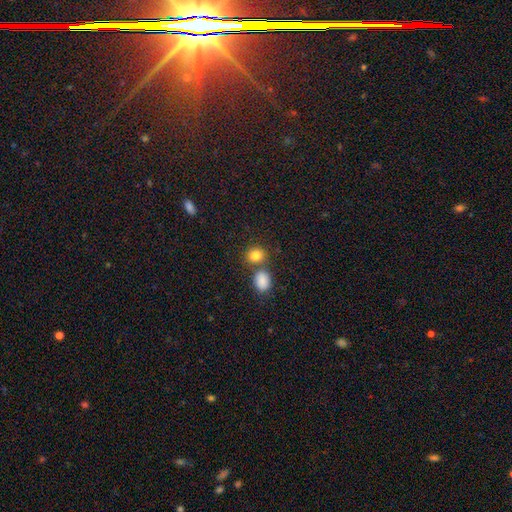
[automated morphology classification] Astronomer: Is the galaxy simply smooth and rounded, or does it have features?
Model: smooth — 83%.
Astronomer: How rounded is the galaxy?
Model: round — 69%.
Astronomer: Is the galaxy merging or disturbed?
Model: none — 63%.